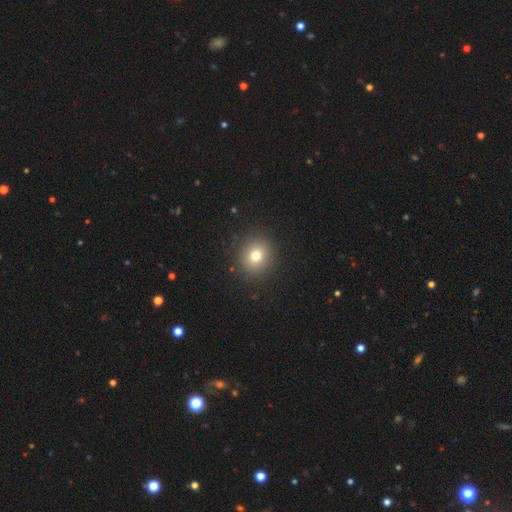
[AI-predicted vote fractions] This is likely a smooth galaxy (76%). How rounded: clearly round (80%). Merging: clearly none (90%).